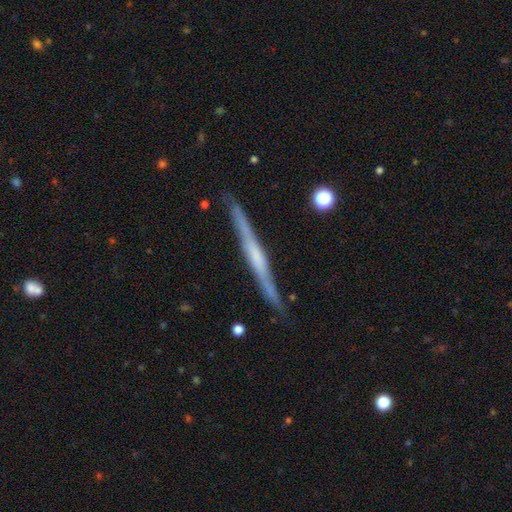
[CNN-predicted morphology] smooth_or_featured: featured or disk (p=0.69) [alt: smooth p=0.25]
disk_edge_on: yes (p=0.97) [alt: no p=0.03]
edge_on_bulge: none (p=0.53) [alt: rounded p=0.29]
merging: none (p=0.88) [alt: minor disturbance p=0.09]